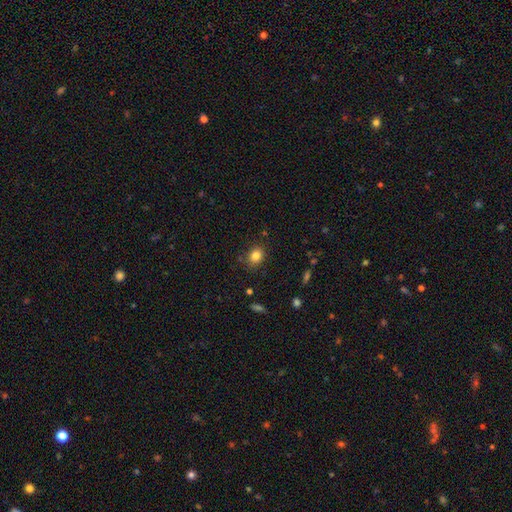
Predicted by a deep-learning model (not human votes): Smooth or featured: smooth — 82% (star or artifact — 11%)
How rounded: round — 53% (in between — 46%)
Merging: none — 83% (minor disturbance — 12%)